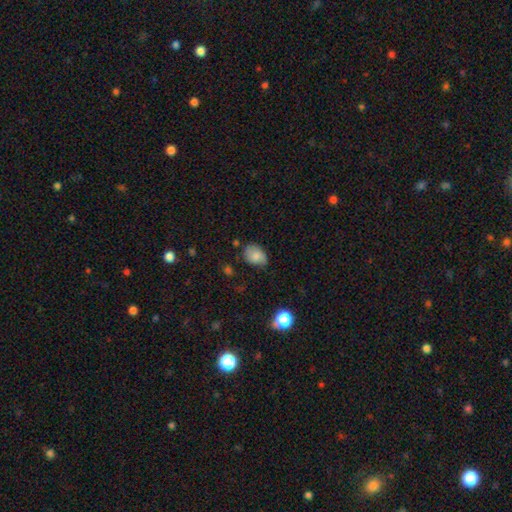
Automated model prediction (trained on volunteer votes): This appears to be a smooth galaxy with no disk features (76%) that is in between round and cigar-shaped (75%). Merging: none (60%).